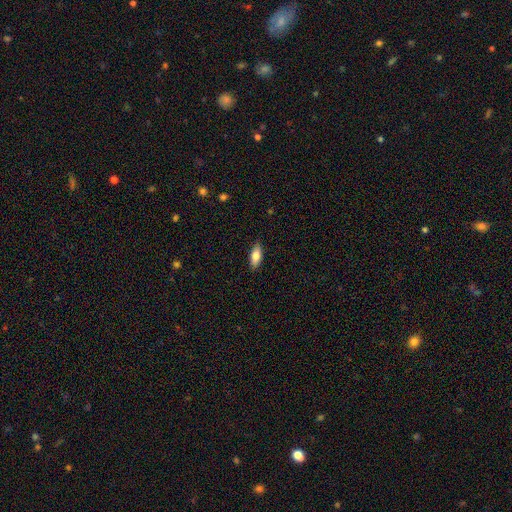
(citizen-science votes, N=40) This is clearly a smooth galaxy (80%). How rounded: clearly in between (84%). Merging: likely none (74%).